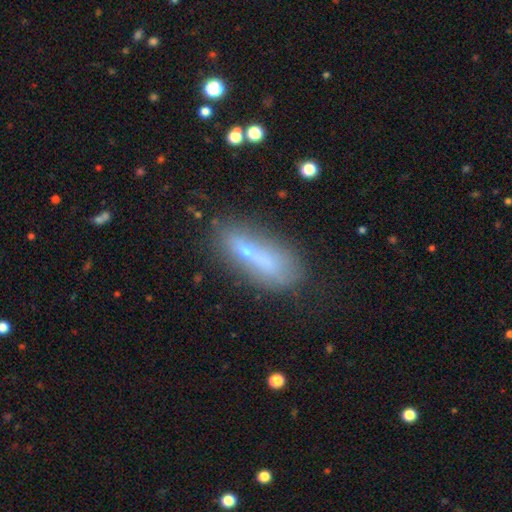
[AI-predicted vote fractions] Morphology: type=smooth (51%); roundness=in between (53%); merging=none (50%).